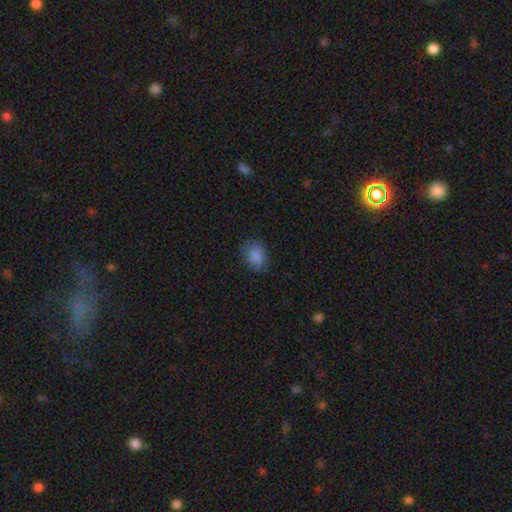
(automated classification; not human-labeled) Smooth or featured? smooth (86%)
How rounded? in between (61%)
Merging? none (79%)